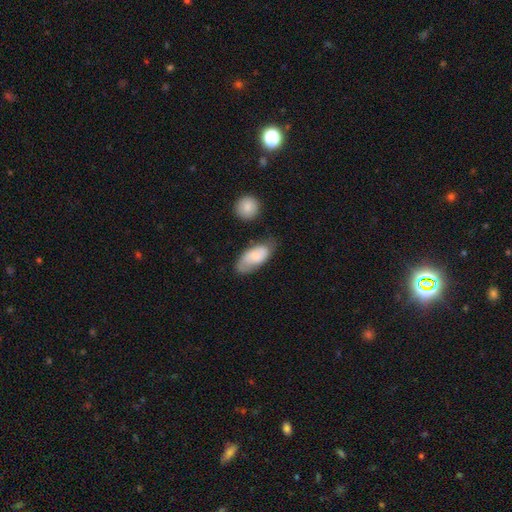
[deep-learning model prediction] This is likely a smooth galaxy (67%). How rounded: clearly in between (90%). Merging: possibly none (59%).